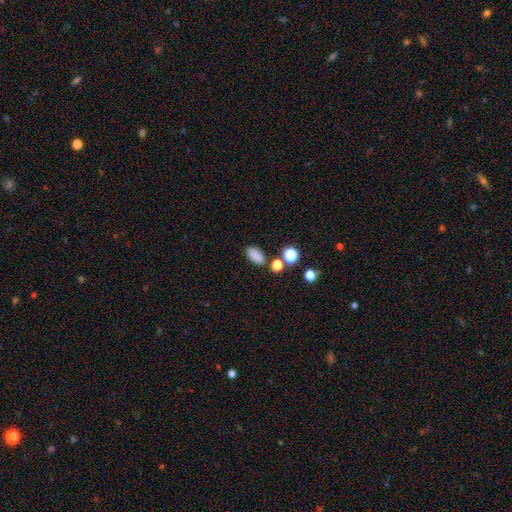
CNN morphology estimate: A smooth galaxy with no disk features (82%) that is in between round and cigar-shaped (89%).

Vote fractions:
- Smooth or featured? smooth: 82% / star or artifact: 12% / featured or disk: 5%
- How rounded? in between: 89% / round: 8% / cigar-shaped: 3%
- Merging? none: 78% / minor disturbance: 11% / merger: 7% / major disturbance: 3%